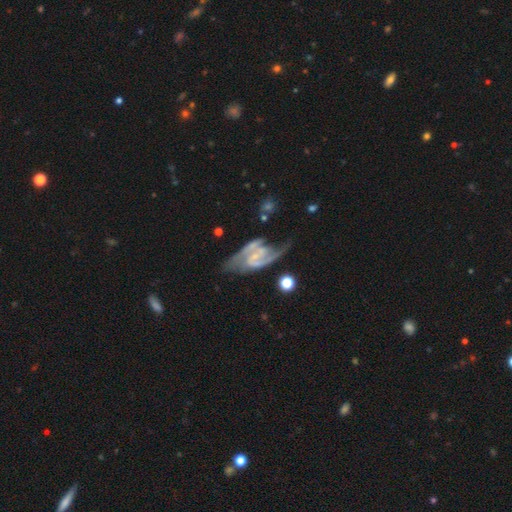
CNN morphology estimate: Smooth or featured? Predicted: featured or disk (p=0.88). Edge-on disk? Predicted: no (p=0.97). Bar? Predicted: weak (p=0.45). Spiral arms? Predicted: yes (p=0.95). Spiral winding? Predicted: medium (p=0.52). Spiral arm count? Predicted: 2 (p=0.90). Bulge size? Predicted: small (p=0.58). Merging? Predicted: none (p=0.51).